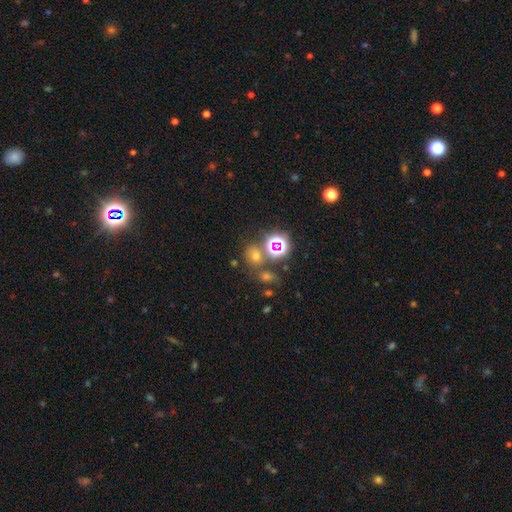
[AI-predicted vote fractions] This appears to be a smooth galaxy with no disk features (50%) that is round (67%). Merging: none (66%).